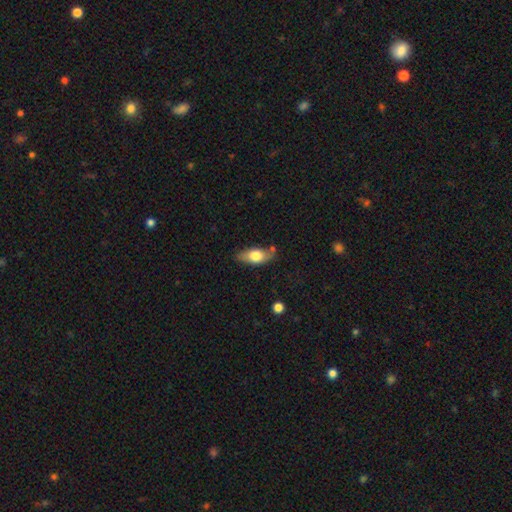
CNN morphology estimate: smooth-or-featured: smooth: 68% | featured or disk: 26% | star or artifact: 6%
  how-rounded: in between: 81% | cigar-shaped: 15% | round: 4%
  merging: none: 73% | minor disturbance: 19% | merger: 5% | major disturbance: 4%